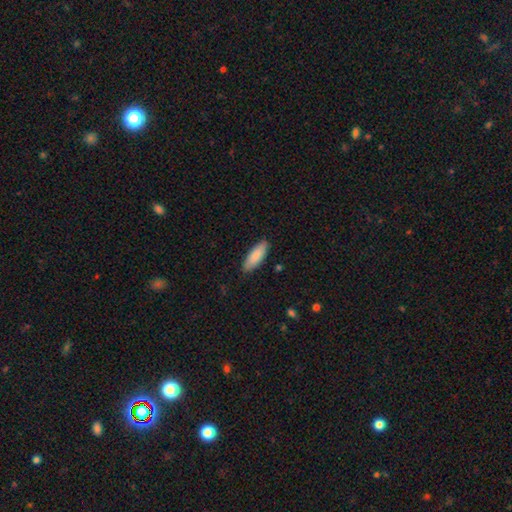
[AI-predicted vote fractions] smooth 86%, featured or disk 8%, star or artifact 5%. Down the decision tree: how rounded — in between (65%); merging — none (87%).